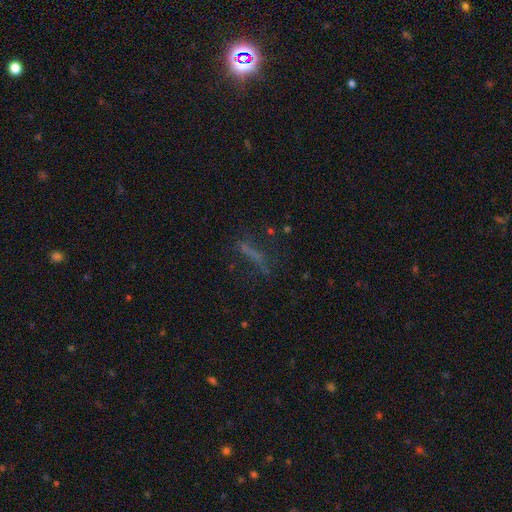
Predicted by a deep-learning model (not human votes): A smooth galaxy with no disk features (47%). Merging: none (58%).